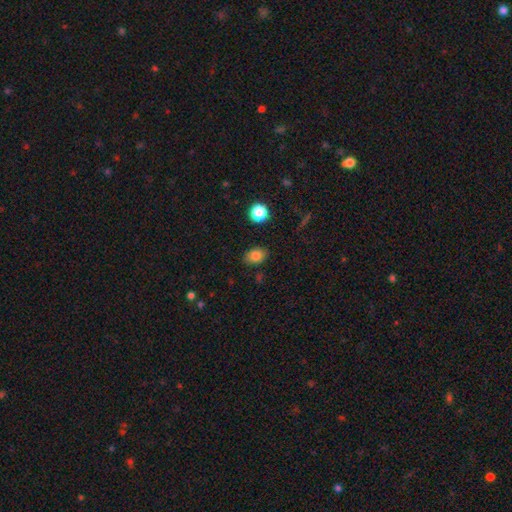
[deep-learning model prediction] Overall: smooth (81%). How rounded: in between (77%). Merging: none (84%).